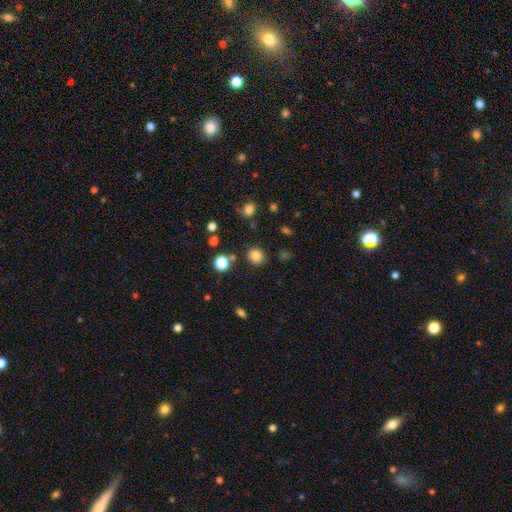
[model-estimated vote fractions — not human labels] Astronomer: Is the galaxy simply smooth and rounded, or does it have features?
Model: smooth — 82%.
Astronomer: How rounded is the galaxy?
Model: round — 83%.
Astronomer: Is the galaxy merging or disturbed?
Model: none — 84%.